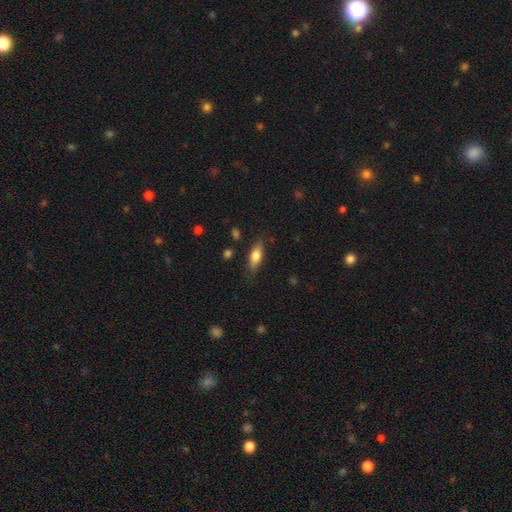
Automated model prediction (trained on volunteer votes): smooth_or_featured: smooth (p=0.68) [alt: featured or disk p=0.25]
how_rounded: in between (p=0.67) [alt: cigar-shaped p=0.29]
merging: none (p=0.80) [alt: minor disturbance p=0.15]